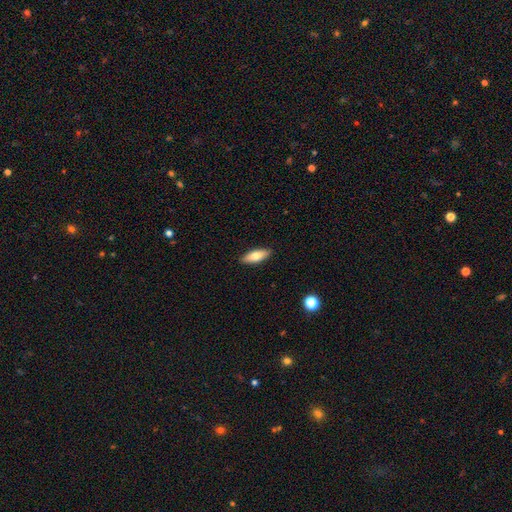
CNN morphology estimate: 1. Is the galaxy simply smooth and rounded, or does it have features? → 71% smooth, 22% featured or disk, 6% star or artifact.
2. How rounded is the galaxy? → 67% in between, 31% cigar-shaped, 2% round.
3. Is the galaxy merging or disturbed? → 89% none, 9% minor disturbance, 2% major disturbance, 1% merger.